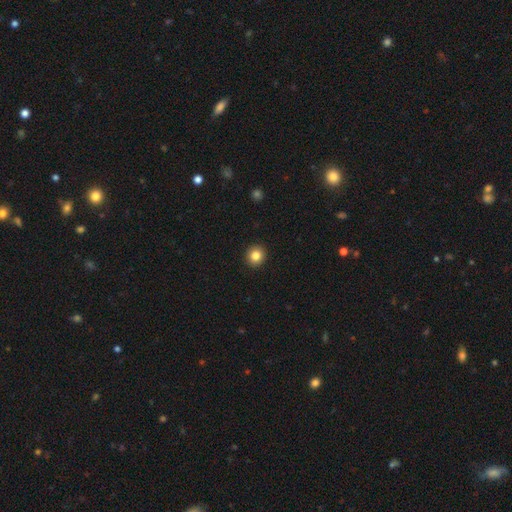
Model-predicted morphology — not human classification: The model was most divided on "smooth or featured": smooth: 84%, star or artifact: 10%, featured or disk: 6%. More confident: merging — none (93%); how rounded — round (90%).